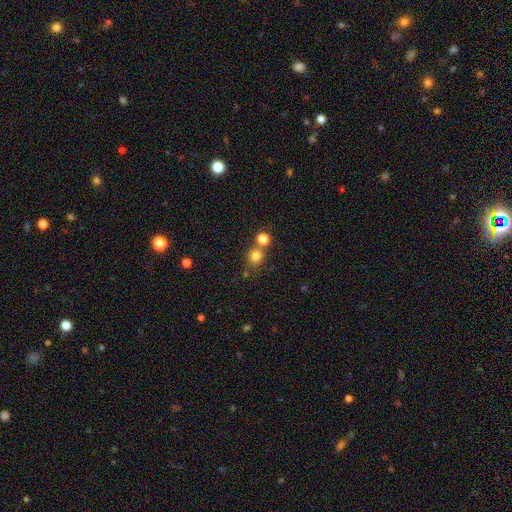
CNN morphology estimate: Overall: smooth (78%). How rounded: round (85%). Merging: none (64%; merger 24%).